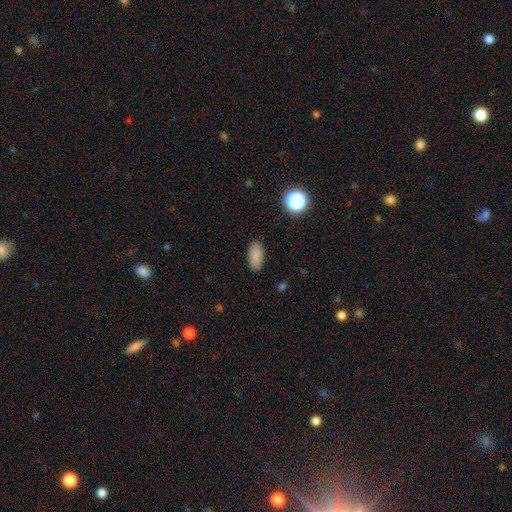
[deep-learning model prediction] The model was most divided on "smooth or featured": smooth: 85%, star or artifact: 10%, featured or disk: 4%. More confident: how rounded — in between (91%); merging — none (87%).